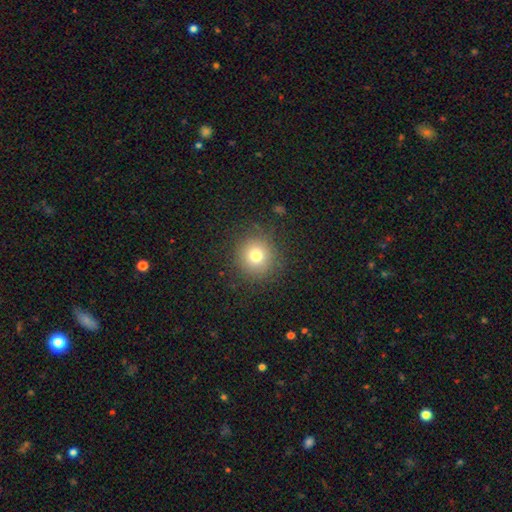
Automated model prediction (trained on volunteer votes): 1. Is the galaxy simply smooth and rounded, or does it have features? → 76% smooth, 14% star or artifact, 10% featured or disk.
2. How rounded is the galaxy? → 93% round, 6% in between, 1% cigar-shaped.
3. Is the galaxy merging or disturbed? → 86% none, 9% minor disturbance, 4% major disturbance, 1% merger.